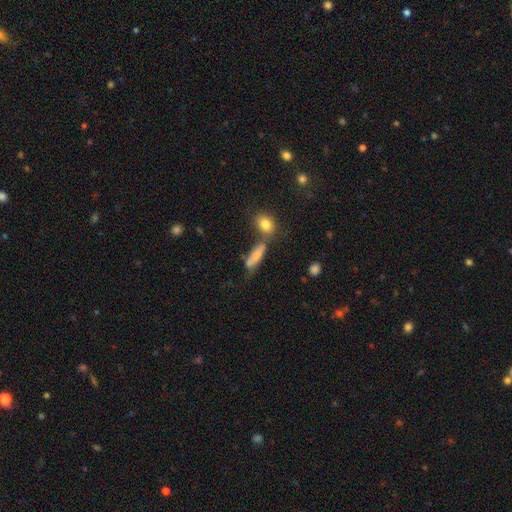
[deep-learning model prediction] smooth-or-featured: smooth: 69% | featured or disk: 21% | star or artifact: 9%
  how-rounded: cigar-shaped: 58% | in between: 38% | round: 4%
  merging: none: 48% | merger: 26% | minor disturbance: 18% | major disturbance: 9%